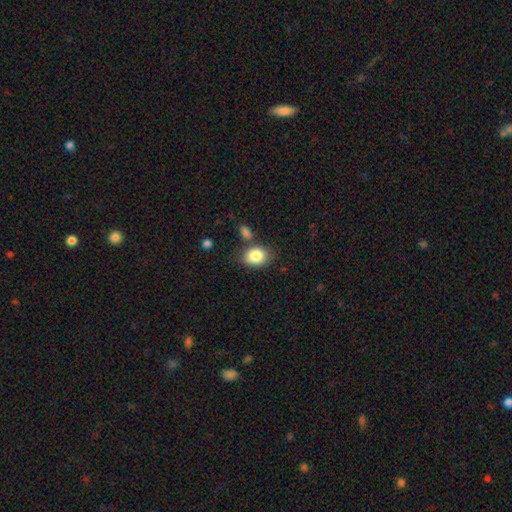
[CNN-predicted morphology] A smooth galaxy with no disk features (85%) that is in between round and cigar-shaped (59%). Merging: none (68%).